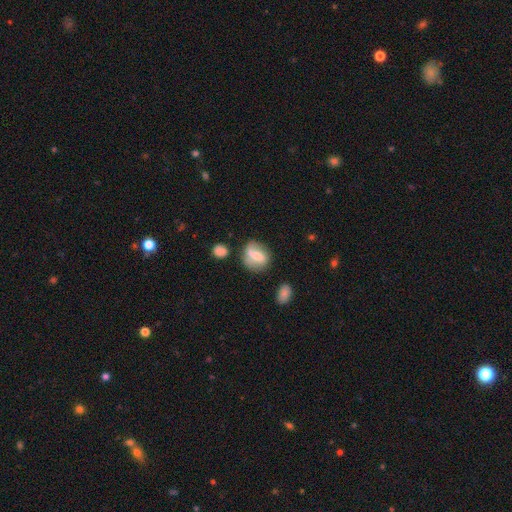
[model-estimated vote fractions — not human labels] A smooth galaxy with no disk features (47%).

Vote fractions:
- Smooth or featured? smooth: 47% / featured or disk: 45% / star or artifact: 8%
- Merging? none: 61% / minor disturbance: 23% / major disturbance: 9% / merger: 7%